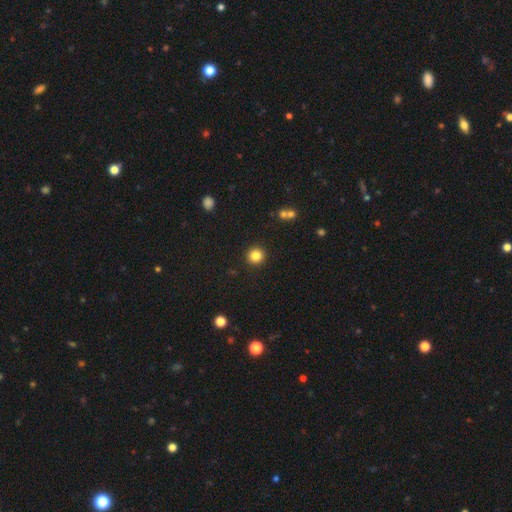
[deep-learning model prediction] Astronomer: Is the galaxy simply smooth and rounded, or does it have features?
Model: smooth — 83%.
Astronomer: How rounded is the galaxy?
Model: round — 95%.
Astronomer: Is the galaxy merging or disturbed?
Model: none — 92%.